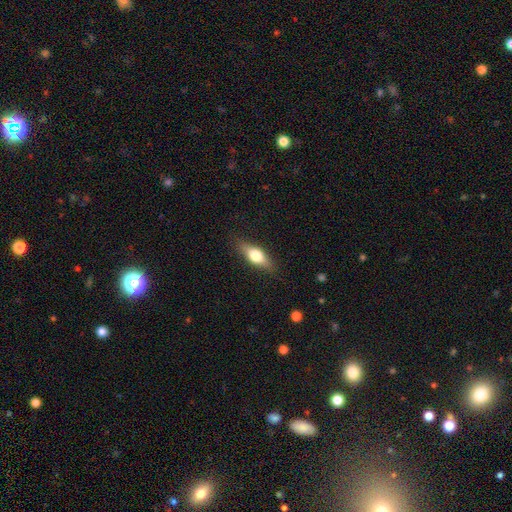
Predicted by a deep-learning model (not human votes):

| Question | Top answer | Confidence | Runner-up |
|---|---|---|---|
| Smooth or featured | smooth | 61% | featured or disk (32%) |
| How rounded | in between | 67% | cigar-shaped (27%) |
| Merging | none | 84% | minor disturbance (12%) |